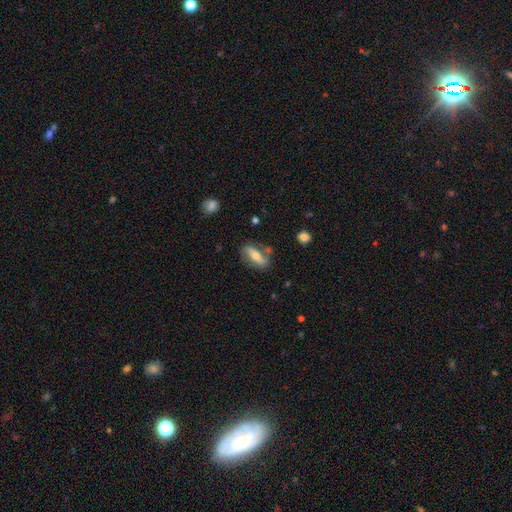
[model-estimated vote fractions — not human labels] Q: Smooth or featured?
A: featured or disk (48%); runner-up: smooth (45%)
Q: Merging?
A: none (72%); runner-up: minor disturbance (17%)